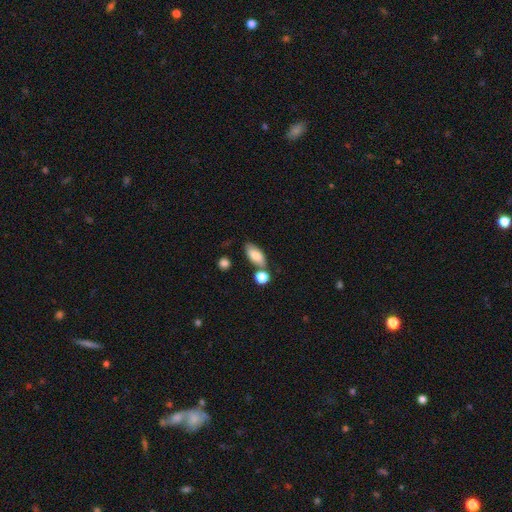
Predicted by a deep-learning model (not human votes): Smooth or featured?
  - smooth: 78% *
  - featured or disk: 14%
  - star or artifact: 8%
How rounded?
  - in between: 84% *
  - cigar-shaped: 11%
  - round: 5%
Merging?
  - none: 67% *
  - minor disturbance: 15%
  - merger: 15%
  - major disturbance: 4%